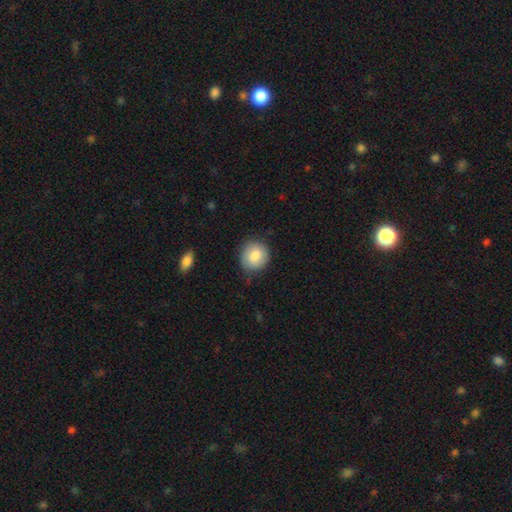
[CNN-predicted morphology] type=smooth (83%); roundness=round (83%); merging=none (79%).